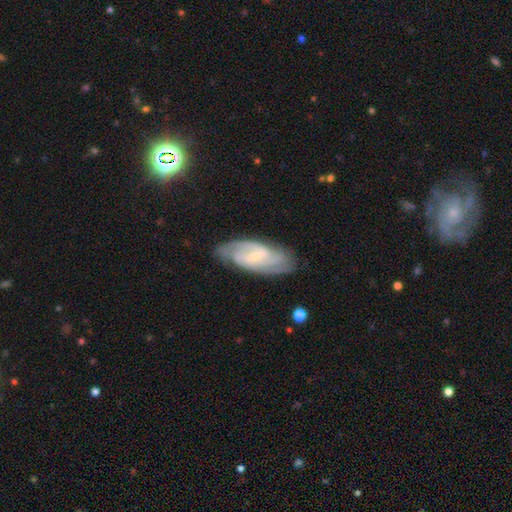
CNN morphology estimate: Smooth or featured? Predicted: featured or disk (p=0.85). Edge-on disk? Predicted: no (p=0.94). Bar? Predicted: weak (p=0.47). Spiral arms? Predicted: yes (p=0.96). Spiral winding? Predicted: tight (p=0.51). Spiral arm count? Predicted: 2 (p=0.42). Bulge size? Predicted: small (p=0.77). Merging? Predicted: none (p=0.79).